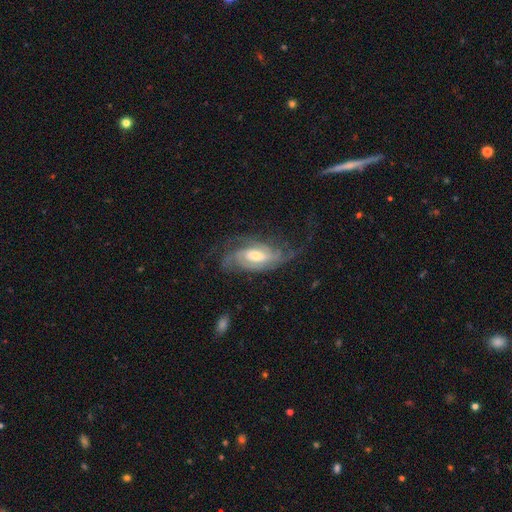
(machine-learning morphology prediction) Q: Smooth or featured?
A: featured or disk (87%); runner-up: smooth (8%)
Q: Edge-on disk?
A: no (95%); runner-up: yes (5%)
Q: Bar?
A: no (43%); tied with: weak (43%)
Q: Spiral arms?
A: yes (97%); runner-up: no (3%)
Q: Spiral winding?
A: tight (52%); runner-up: medium (37%)
Q: Spiral arm count?
A: 2 (29%); runner-up: 3 (27%)
Q: Bulge size?
A: moderate (63%); runner-up: small (25%)
Q: Merging?
A: none (64%); runner-up: minor disturbance (19%)